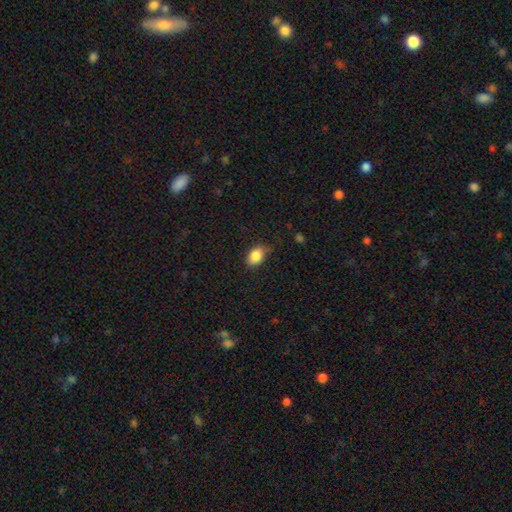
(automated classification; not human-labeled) A smooth galaxy with no disk features (87%) that is in between round and cigar-shaped (81%). Merging: none (72%).